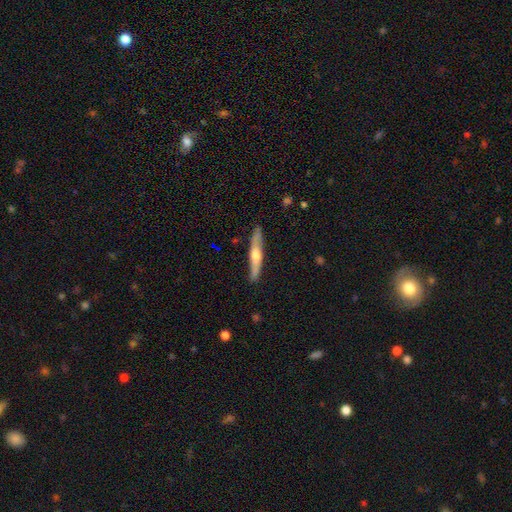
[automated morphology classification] Overall: featured or disk (53%; smooth 42%). Edge-on disk: yes (90%). Merging: none (85%).